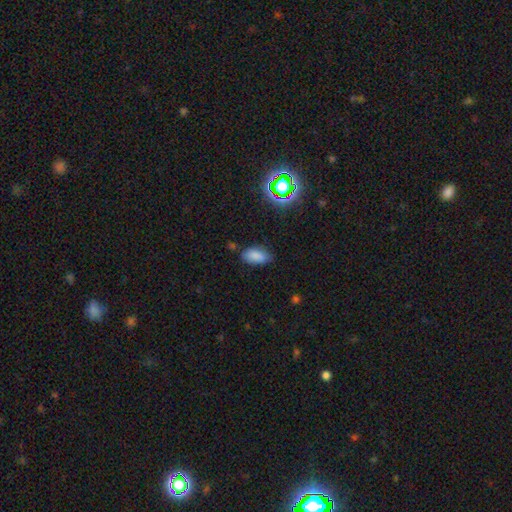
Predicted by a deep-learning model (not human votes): This is likely a smooth galaxy (80%). How rounded: clearly in between (91%). Merging: likely none (71%).